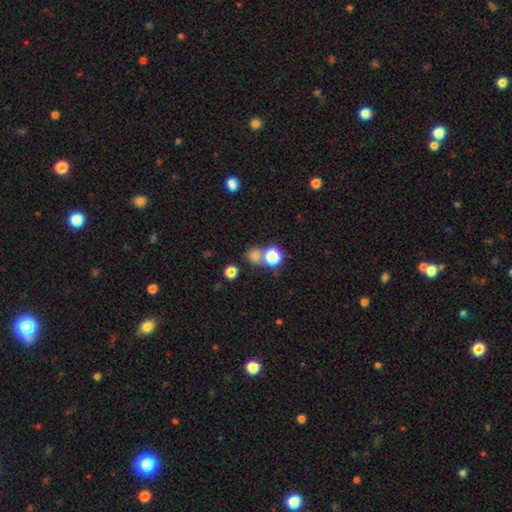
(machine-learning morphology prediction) smooth-or-featured: smooth: 71% | star or artifact: 22% | featured or disk: 7%
  how-rounded: round: 84% | in between: 15% | cigar-shaped: 1%
  merging: none: 59% | merger: 28% | minor disturbance: 8% | major disturbance: 4%